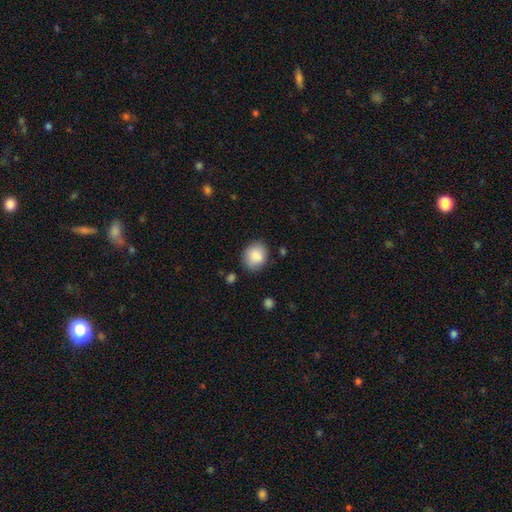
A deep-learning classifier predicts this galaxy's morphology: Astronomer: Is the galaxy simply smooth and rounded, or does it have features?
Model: smooth — 86%.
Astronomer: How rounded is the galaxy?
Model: round — 64%.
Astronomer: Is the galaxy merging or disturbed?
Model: none — 81%.